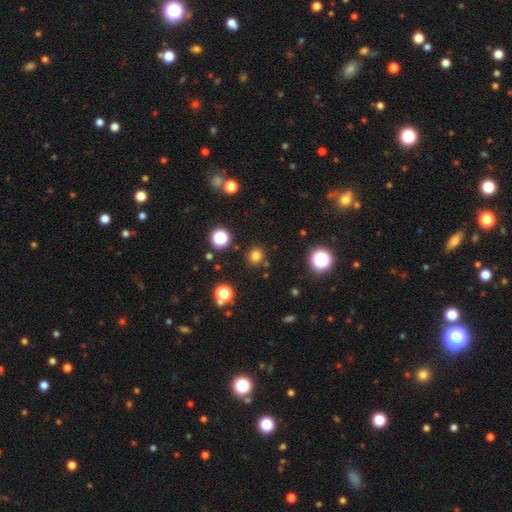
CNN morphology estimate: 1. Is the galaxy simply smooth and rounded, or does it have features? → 76% smooth, 19% star or artifact, 5% featured or disk.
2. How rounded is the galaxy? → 86% round, 13% in between, 1% cigar-shaped.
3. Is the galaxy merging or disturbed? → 86% none, 8% minor disturbance, 3% merger, 3% major disturbance.